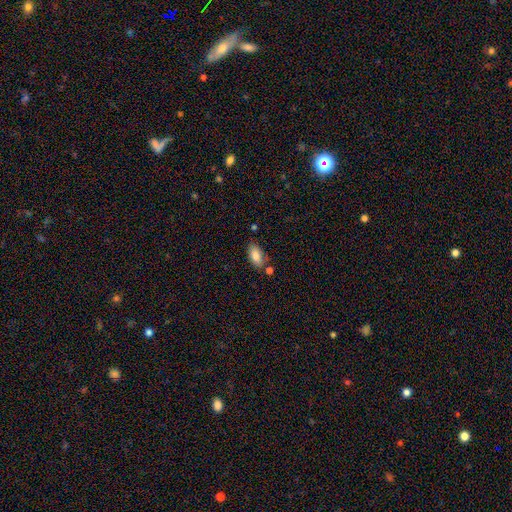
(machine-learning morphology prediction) smooth-or-featured: smooth: 82% | featured or disk: 11% | star or artifact: 7%
  how-rounded: in between: 91% | cigar-shaped: 6% | round: 3%
  merging: none: 74% | minor disturbance: 15% | merger: 8% | major disturbance: 3%